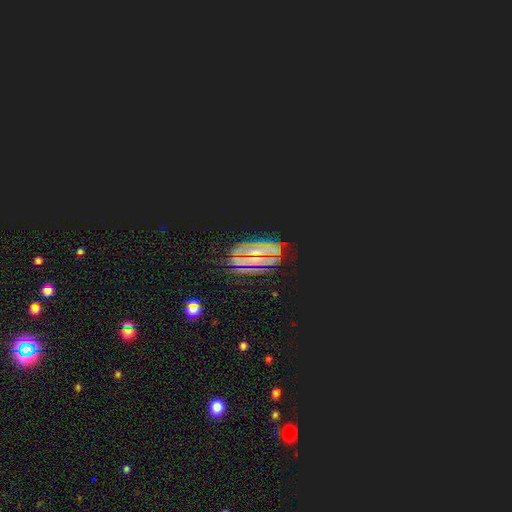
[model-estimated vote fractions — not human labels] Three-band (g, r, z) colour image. It shows a star or artifact, not a galaxy (51%).